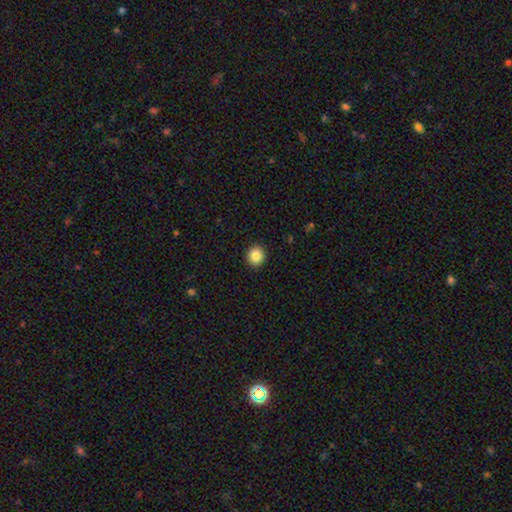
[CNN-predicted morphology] smooth 86%, star or artifact 10%, featured or disk 5%. Down the decision tree: how rounded — round (87%); merging — none (92%).